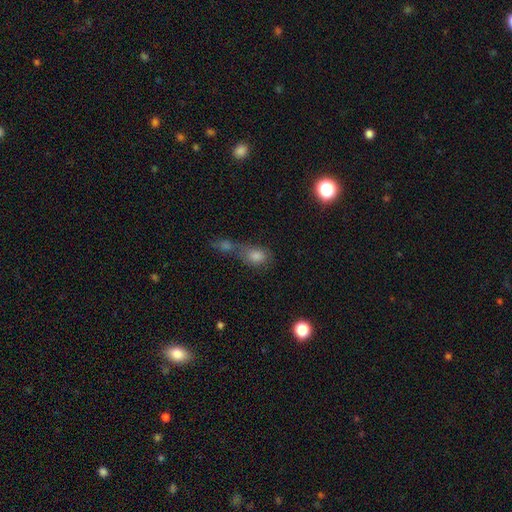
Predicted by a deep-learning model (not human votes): smooth 72%, star or artifact 16%, featured or disk 12%. Down the decision tree: how rounded — in between (63%); merging — merger (56%).